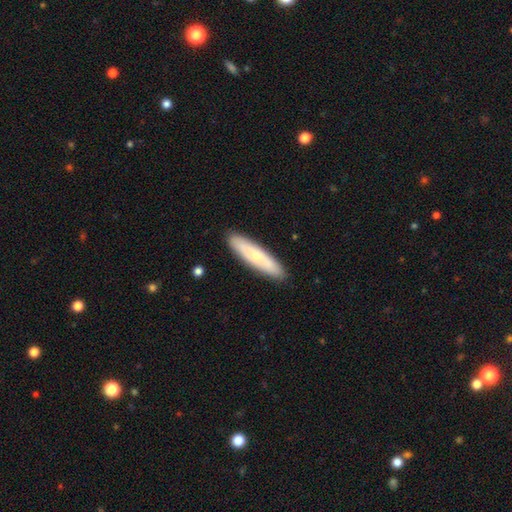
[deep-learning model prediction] A smooth galaxy with no disk features (60%) that is cigar-shaped (78%). Merging: none (90%).